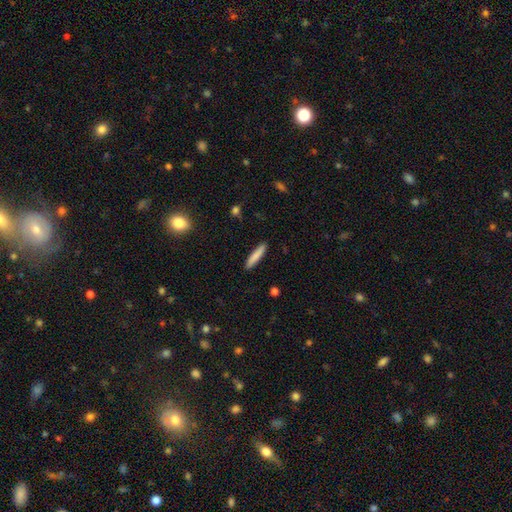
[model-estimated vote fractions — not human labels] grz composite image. It shows a smooth galaxy with no disk features (82%) that is cigar-shaped (89%). Merging: none (90%).